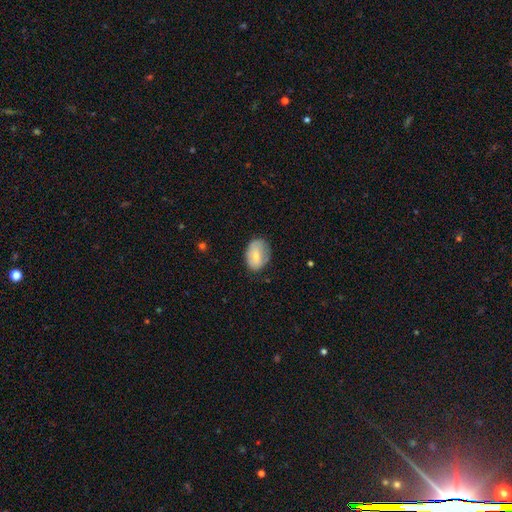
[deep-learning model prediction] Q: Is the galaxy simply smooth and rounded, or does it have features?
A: smooth — 70%.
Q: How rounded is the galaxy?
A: in between — 81%.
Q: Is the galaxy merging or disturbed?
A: none — 65%.